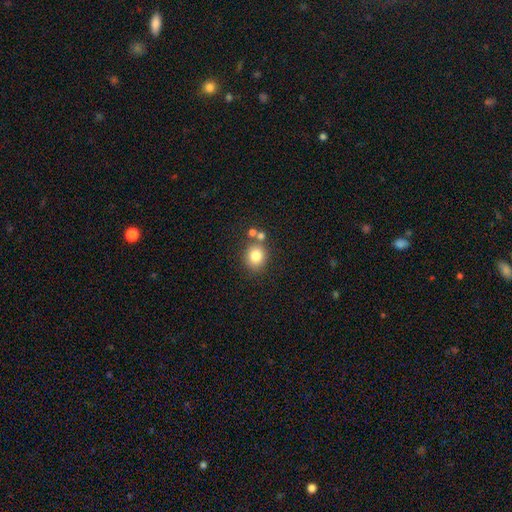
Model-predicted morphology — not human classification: Smooth or featured?
  - smooth: 81% *
  - star or artifact: 11%
  - featured or disk: 8%
How rounded?
  - round: 78% *
  - in between: 21%
  - cigar-shaped: 1%
Merging?
  - none: 69% *
  - merger: 16%
  - minor disturbance: 11%
  - major disturbance: 4%